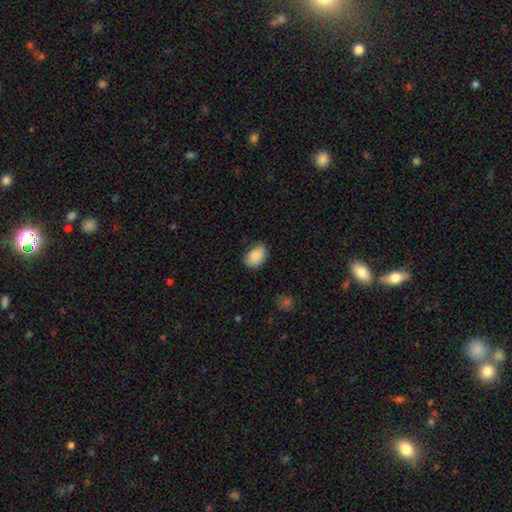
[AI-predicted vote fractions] Smooth or featured? smooth (88%)
How rounded? in between (83%)
Merging? none (77%)